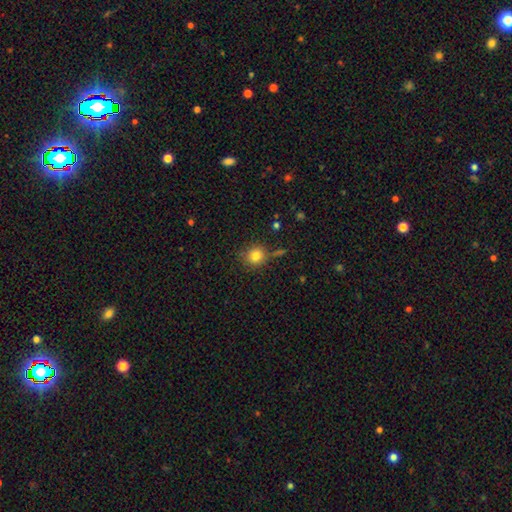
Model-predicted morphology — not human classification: Q: Smooth or featured?
A: smooth (81%); runner-up: star or artifact (12%)
Q: How rounded?
A: round (90%); runner-up: in between (9%)
Q: Merging?
A: none (78%); runner-up: minor disturbance (12%)